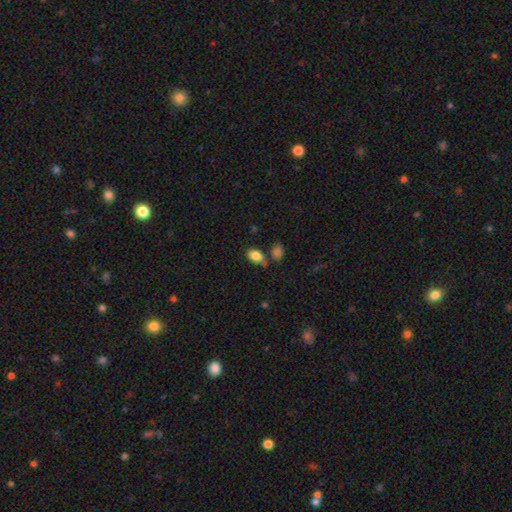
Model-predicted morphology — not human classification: A smooth galaxy with no disk features (83%) that is in between round and cigar-shaped (84%).

Vote fractions:
- Smooth or featured? smooth: 83% / star or artifact: 9% / featured or disk: 8%
- How rounded? in between: 84% / round: 14% / cigar-shaped: 2%
- Merging? none: 66% / minor disturbance: 17% / merger: 13% / major disturbance: 4%